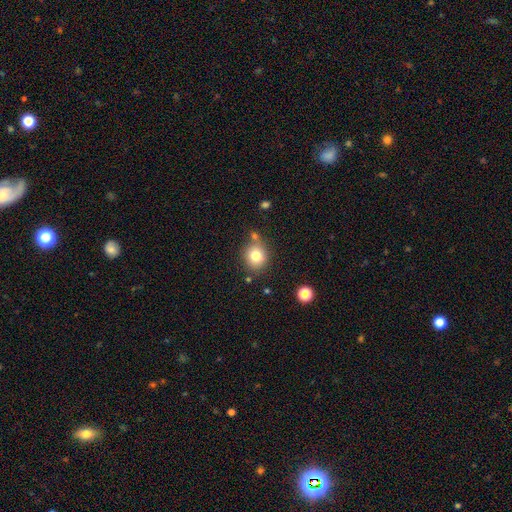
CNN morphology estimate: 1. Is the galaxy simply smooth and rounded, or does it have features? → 79% smooth, 11% star or artifact, 10% featured or disk.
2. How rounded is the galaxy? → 77% round, 22% in between, 1% cigar-shaped.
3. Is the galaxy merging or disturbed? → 71% none, 14% minor disturbance, 11% merger, 4% major disturbance.